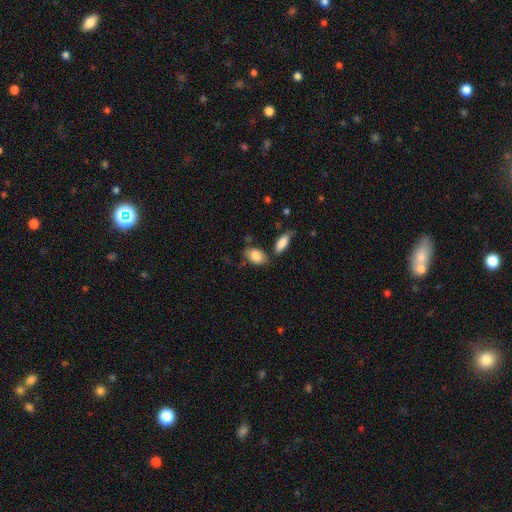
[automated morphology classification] Smooth or featured: smooth — 85% (featured or disk — 8%)
How rounded: in between — 88% (round — 9%)
Merging: none — 61% (minor disturbance — 22%)